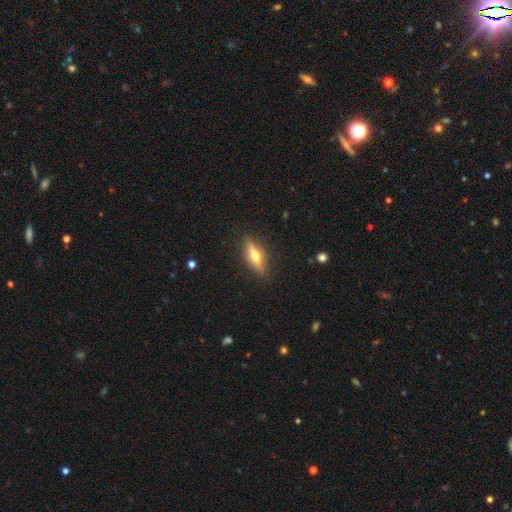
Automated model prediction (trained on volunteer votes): smooth-or-featured: featured or disk: 55% | smooth: 38% | star or artifact: 7%
  disk-edge-on: yes: 91% | no: 9%
    edge-on-bulge: rounded: 93% | none: 4% | boxy: 3%
  merging: none: 88% | minor disturbance: 9% | major disturbance: 2% | merger: 1%